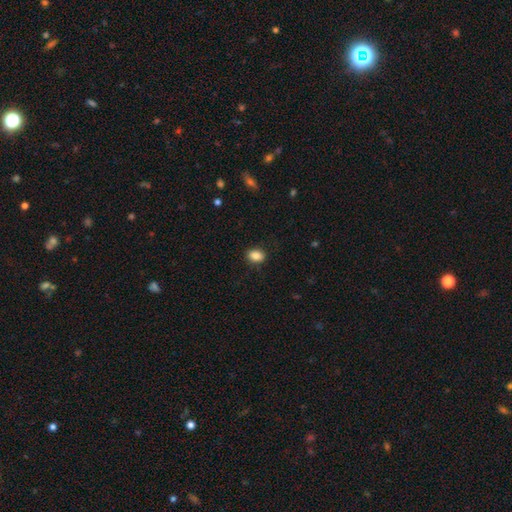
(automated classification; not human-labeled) The model was most divided on "how rounded": in between: 70%, round: 28%, cigar-shaped: 1%. More confident: merging — none (88%); smooth or featured — smooth (87%).